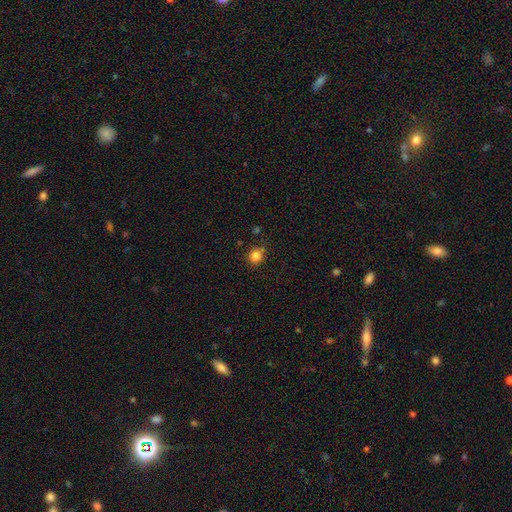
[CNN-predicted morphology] smooth 84%, star or artifact 12%, featured or disk 4%. Down the decision tree: how rounded — round (87%); merging — none (82%).